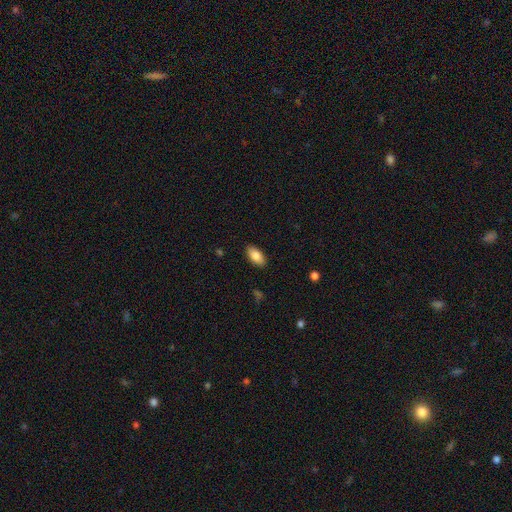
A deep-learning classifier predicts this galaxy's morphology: Overall: smooth (85%). How rounded: in between (92%). Merging: none (89%).